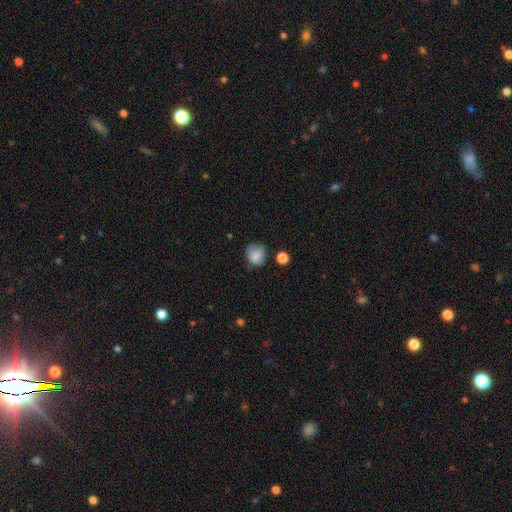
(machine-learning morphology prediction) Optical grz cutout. It shows a smooth galaxy with no disk features (83%) that is round (76%). Merging: none (59%).